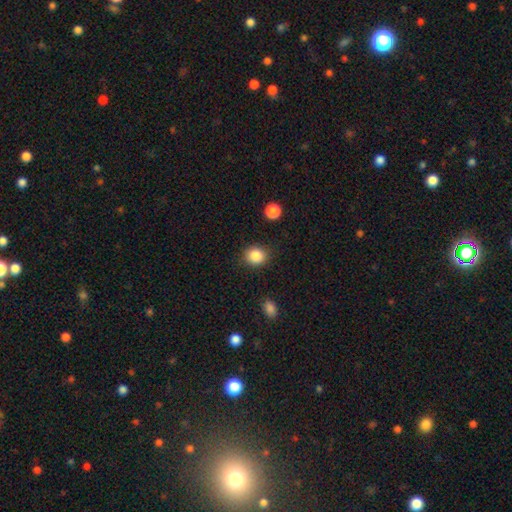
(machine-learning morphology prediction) Smooth or featured?
  - smooth: 86% *
  - star or artifact: 9%
  - featured or disk: 4%
How rounded?
  - round: 73% *
  - in between: 26%
  - cigar-shaped: 1%
Merging?
  - none: 85% *
  - minor disturbance: 10%
  - major disturbance: 3%
  - merger: 2%